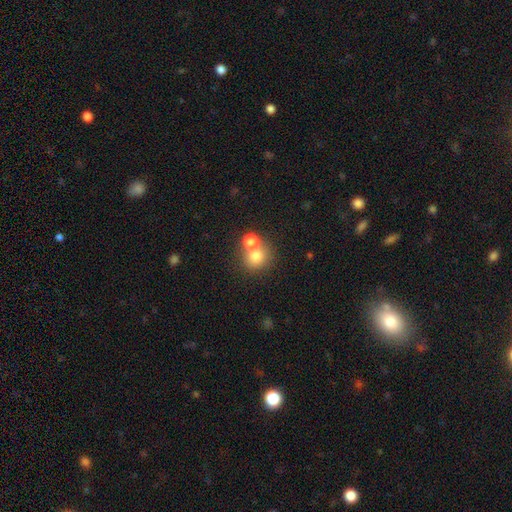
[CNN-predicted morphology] smooth_or_featured: smooth (p=0.76) [alt: star or artifact p=0.14]
how_rounded: round (p=0.84) [alt: in between p=0.15]
merging: none (p=0.51) [alt: merger p=0.39]